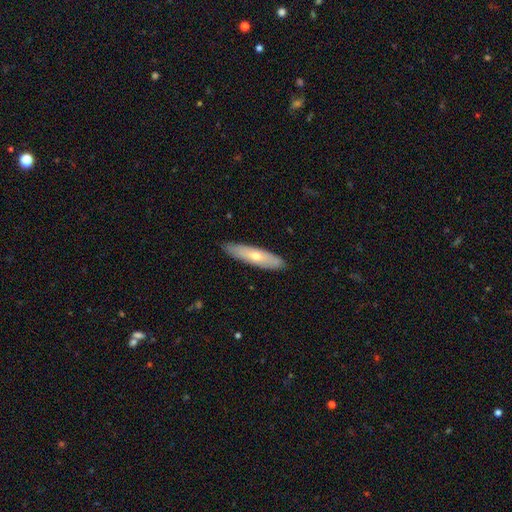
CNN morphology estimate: smooth-or-featured: smooth: 55% | featured or disk: 39% | star or artifact: 6%
  how-rounded: cigar-shaped: 70% | in between: 28% | round: 2%
  merging: none: 87% | minor disturbance: 10% | major disturbance: 2% | merger: 1%